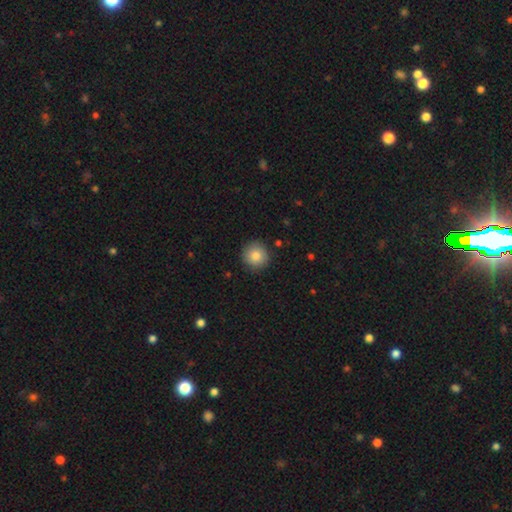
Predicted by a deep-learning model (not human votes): This is clearly a smooth galaxy (86%). How rounded: clearly round (95%). Merging: clearly none (90%).